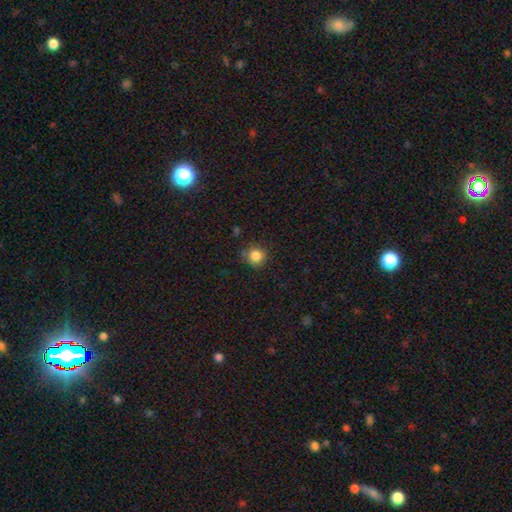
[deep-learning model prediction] smooth 84%, star or artifact 11%, featured or disk 5%. Down the decision tree: how rounded — round (92%); merging — none (82%).